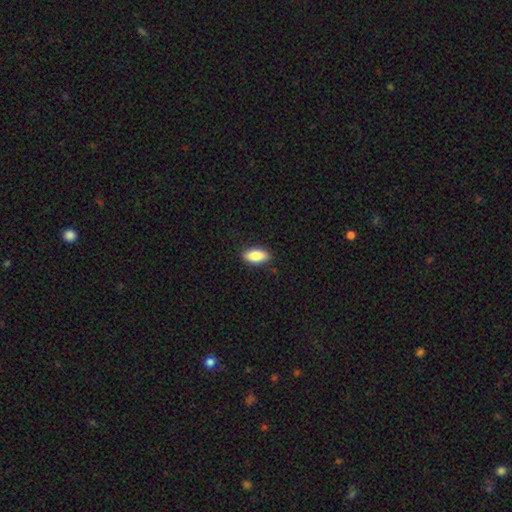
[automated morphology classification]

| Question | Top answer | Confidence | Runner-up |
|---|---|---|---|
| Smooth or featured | smooth | 84% | featured or disk (10%) |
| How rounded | in between | 88% | cigar-shaped (9%) |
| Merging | none | 88% | minor disturbance (9%) |